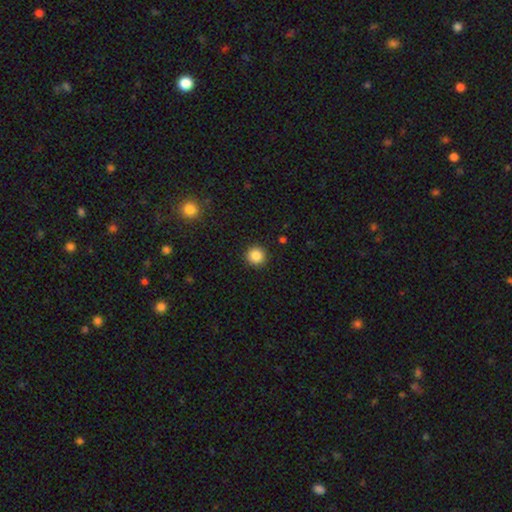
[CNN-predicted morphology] The model was most divided on "smooth or featured": smooth: 86%, star or artifact: 10%, featured or disk: 4%. More confident: how rounded — round (94%); merging — none (92%).